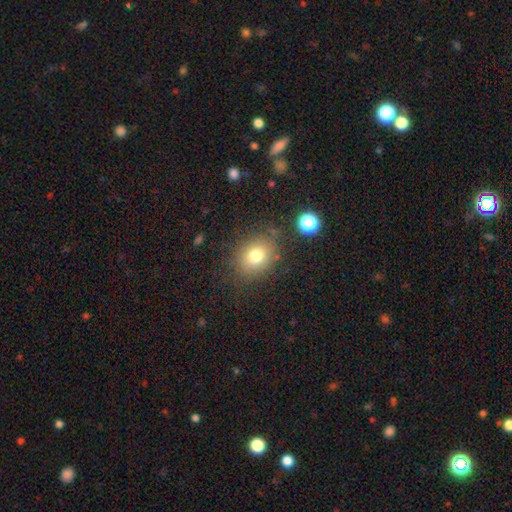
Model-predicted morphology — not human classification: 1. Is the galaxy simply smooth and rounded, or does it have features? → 77% smooth, 13% star or artifact, 10% featured or disk.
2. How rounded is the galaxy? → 54% round, 45% in between, 1% cigar-shaped.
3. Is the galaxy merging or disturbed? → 80% none, 13% minor disturbance, 5% major disturbance, 3% merger.